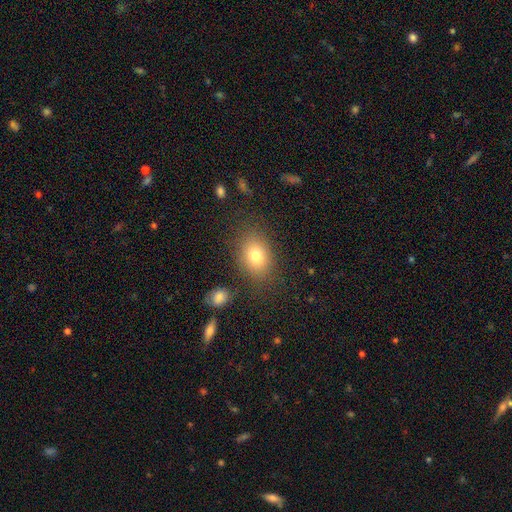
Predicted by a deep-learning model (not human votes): Morphology: type=smooth (78%); roundness=in between (71%); merging=none (81%).